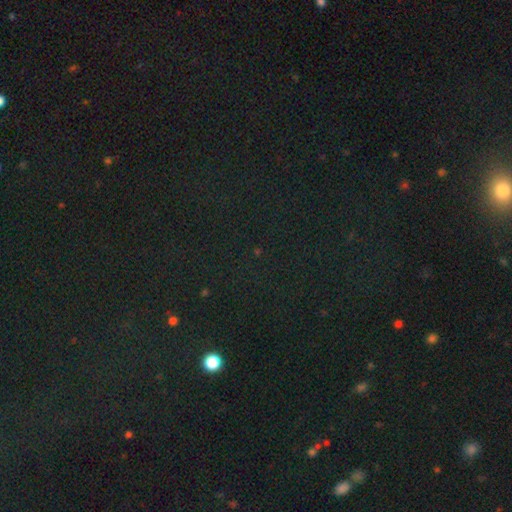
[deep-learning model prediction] Smooth or featured? star or artifact (76%)